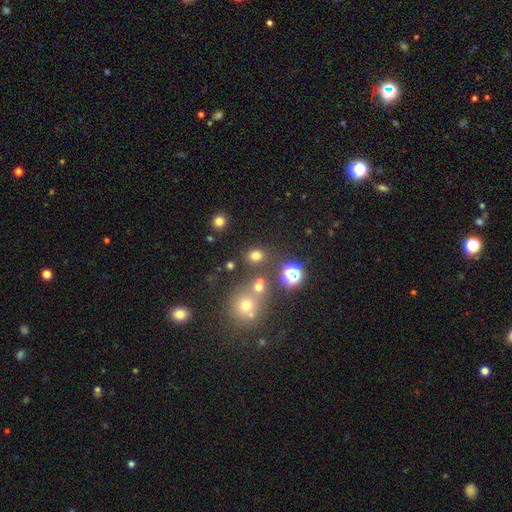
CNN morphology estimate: type=smooth (70%); roundness=round (70%); merging=none (78%).